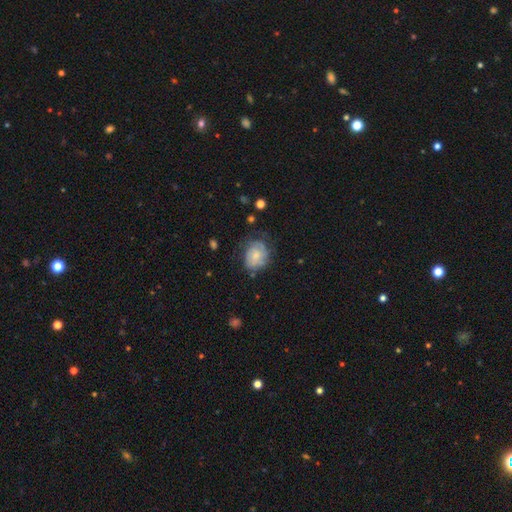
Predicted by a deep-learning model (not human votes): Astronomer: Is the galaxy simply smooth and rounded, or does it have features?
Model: smooth — 56% (runner-up: featured or disk, 36%).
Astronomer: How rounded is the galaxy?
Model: round — 50% (runner-up: in between, 49%).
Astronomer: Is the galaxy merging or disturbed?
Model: none — 54% (runner-up: minor disturbance, 30%).